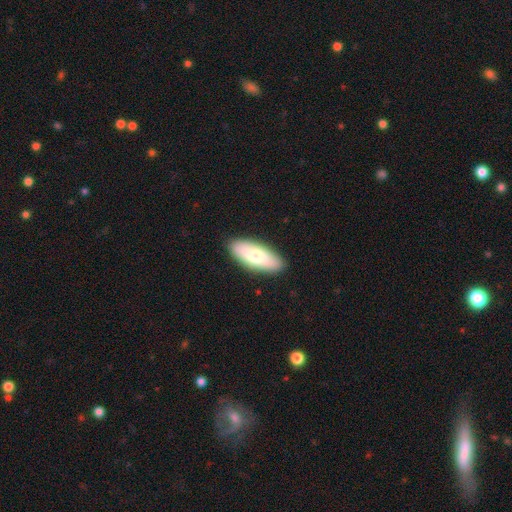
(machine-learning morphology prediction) Smooth or featured: smooth — 72% (featured or disk — 23%)
How rounded: in between — 77% (cigar-shaped — 21%)
Merging: none — 89% (minor disturbance — 8%)